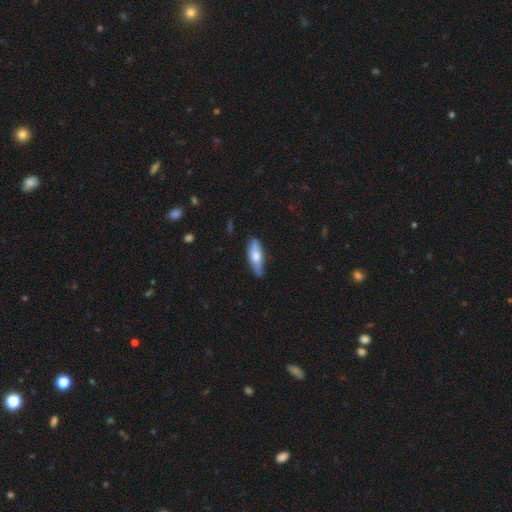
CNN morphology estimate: This appears to be a smooth galaxy with no disk features (61%) that is in between round and cigar-shaped (54%). Merging: none (76%).